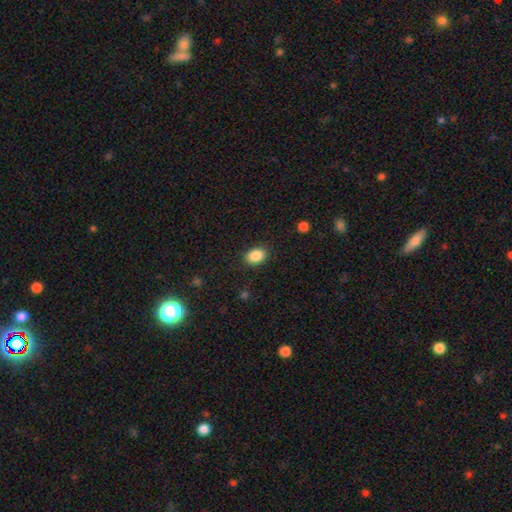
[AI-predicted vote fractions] Smooth or featured?
  - smooth: 87% *
  - star or artifact: 9%
  - featured or disk: 4%
How rounded?
  - in between: 77% *
  - round: 22%
  - cigar-shaped: 1%
Merging?
  - none: 87% *
  - minor disturbance: 9%
  - major disturbance: 3%
  - merger: 1%